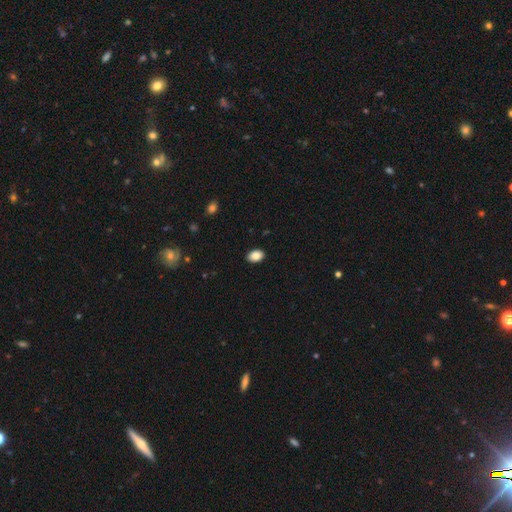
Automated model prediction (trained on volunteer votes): This is clearly a smooth galaxy (88%). How rounded: clearly in between (83%). Merging: clearly none (90%).